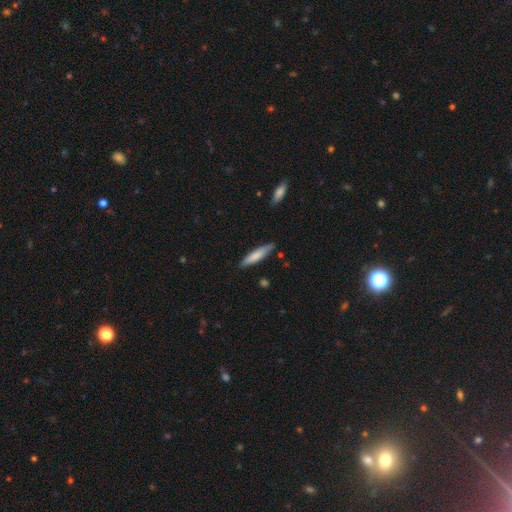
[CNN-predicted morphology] This appears to be a smooth galaxy with no disk features (75%) that is cigar-shaped (84%). Merging: none (84%).